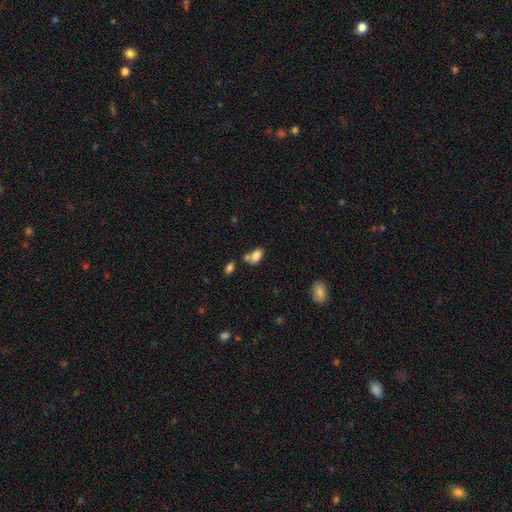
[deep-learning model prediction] Overall: smooth (82%). How rounded: in between (90%). Merging: none (40%; merger 39%).